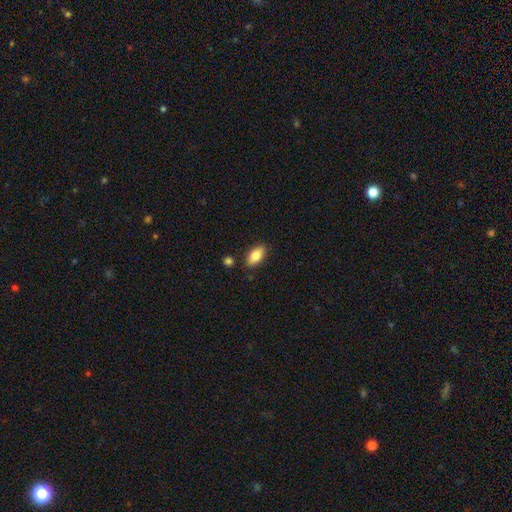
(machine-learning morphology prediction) smooth 81%, featured or disk 12%, star or artifact 7%. Down the decision tree: how rounded — in between (90%); merging — none (85%).